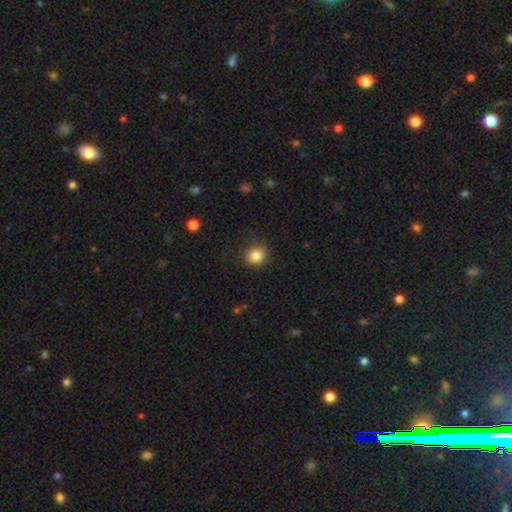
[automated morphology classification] The model was most divided on "how rounded": round: 81%, in between: 18%, cigar-shaped: 1%. More confident: merging — none (86%); smooth or featured — smooth (85%).